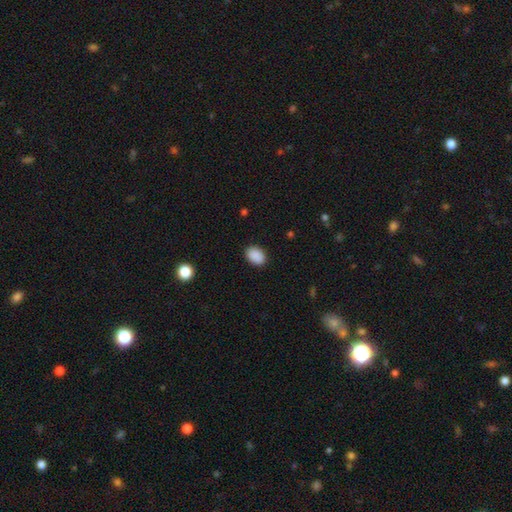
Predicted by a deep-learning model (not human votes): This appears to be a smooth galaxy with no disk features (90%) that is in between round and cigar-shaped (79%). Merging: none (88%).